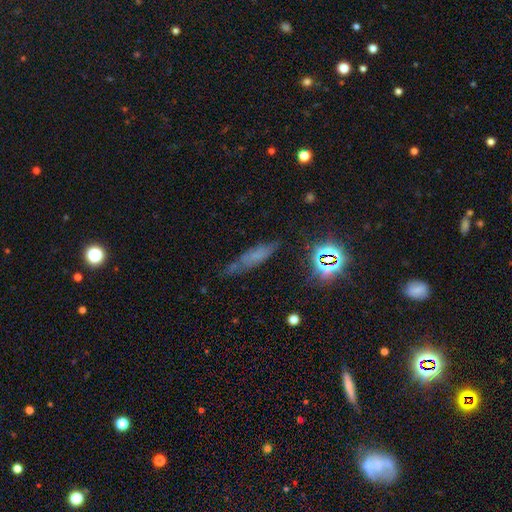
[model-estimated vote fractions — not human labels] smooth-or-featured: smooth: 49% | featured or disk: 26% | star or artifact: 26%
  merging: none: 59% | minor disturbance: 26% | major disturbance: 11% | merger: 5%